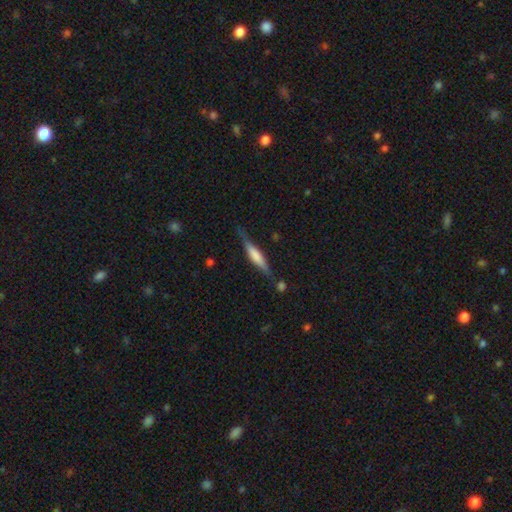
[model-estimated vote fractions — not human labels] Smooth or featured: smooth — 48% (featured or disk — 47%)
Merging: none — 70% (minor disturbance — 21%)